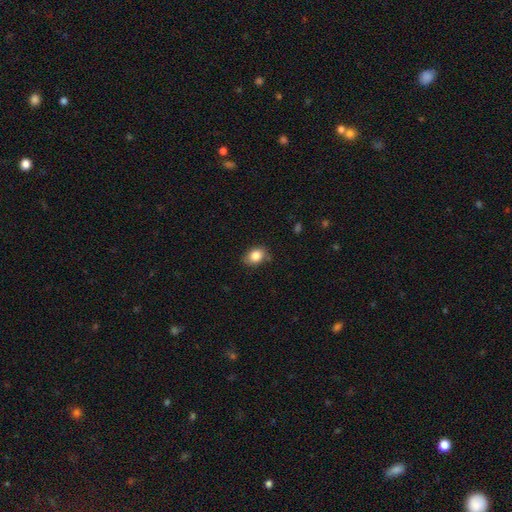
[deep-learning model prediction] smooth_or_featured: smooth (p=0.85) [alt: star or artifact p=0.08]
how_rounded: in between (p=0.72) [alt: round p=0.27]
merging: none (p=0.77) [alt: minor disturbance p=0.18]